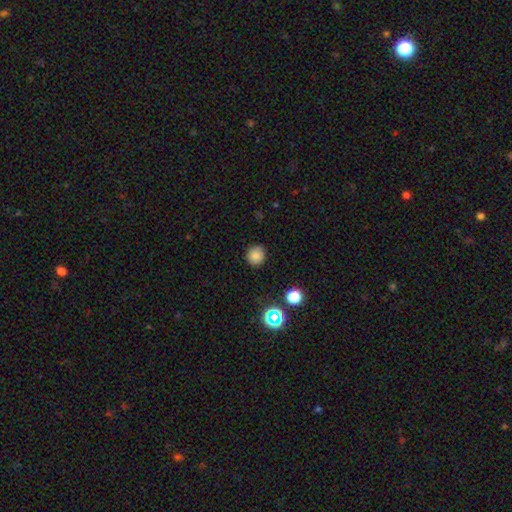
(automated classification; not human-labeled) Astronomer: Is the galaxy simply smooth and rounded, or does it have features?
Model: smooth — 82%.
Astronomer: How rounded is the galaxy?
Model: round — 92%.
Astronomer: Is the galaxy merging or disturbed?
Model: none — 90%.